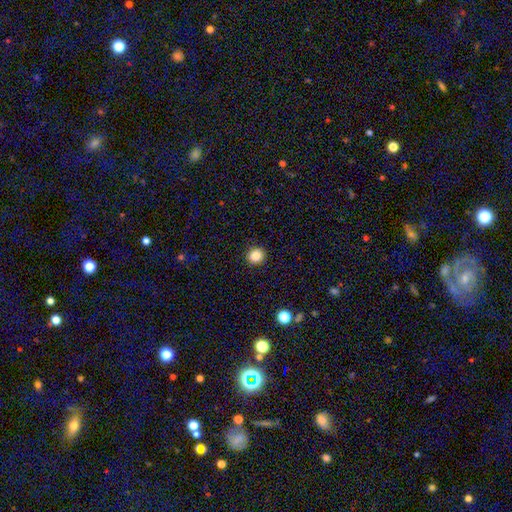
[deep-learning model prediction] smooth_or_featured: smooth (p=0.86) [alt: star or artifact p=0.10]
how_rounded: round (p=0.88) [alt: in between p=0.11]
merging: none (p=0.91) [alt: minor disturbance p=0.06]